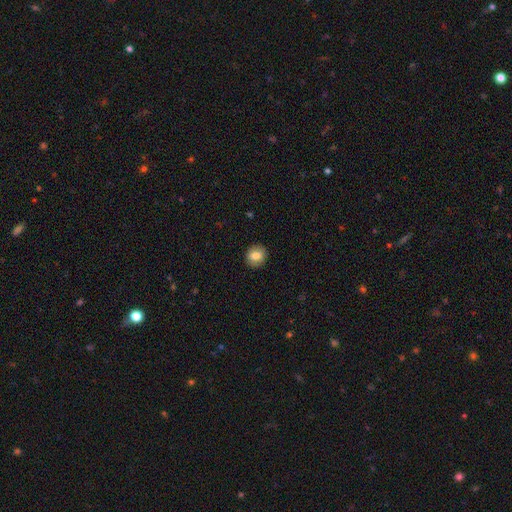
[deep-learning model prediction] Smooth or featured? Predicted: smooth (p=0.79). How rounded? Predicted: round (p=0.76). Merging? Predicted: none (p=0.89).